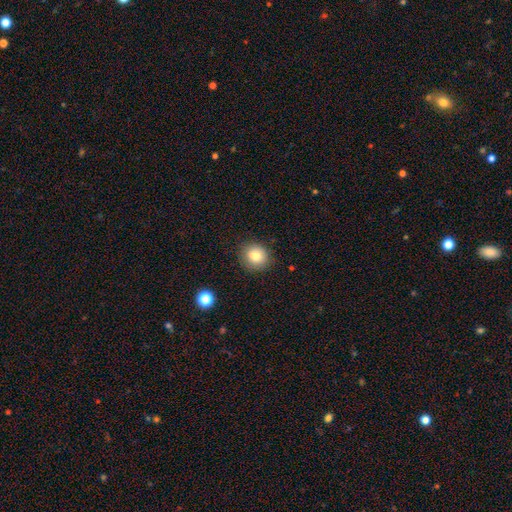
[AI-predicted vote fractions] Morphology: type=smooth (82%); roundness=round (86%); merging=none (88%).